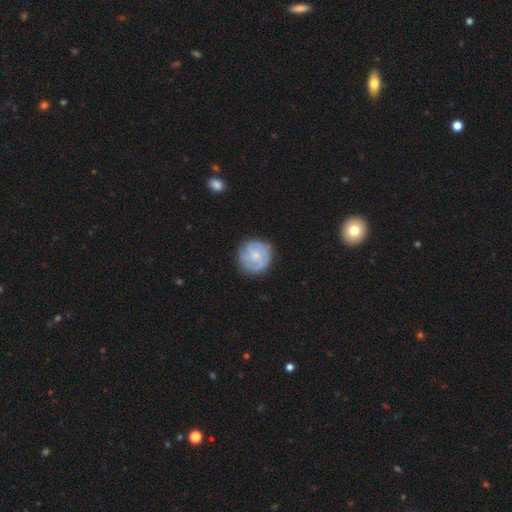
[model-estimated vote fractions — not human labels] Overall: featured or disk (64%; smooth 30%). Edge-on disk: no (98%). Bar: no (68%; weak 29%). Spiral arms: yes (89%). Spiral arm count: can't tell (31%; 3 30%). Spiral winding: tight (59%; medium 31%). Bulge size: small (65%). Merging: none (80%).